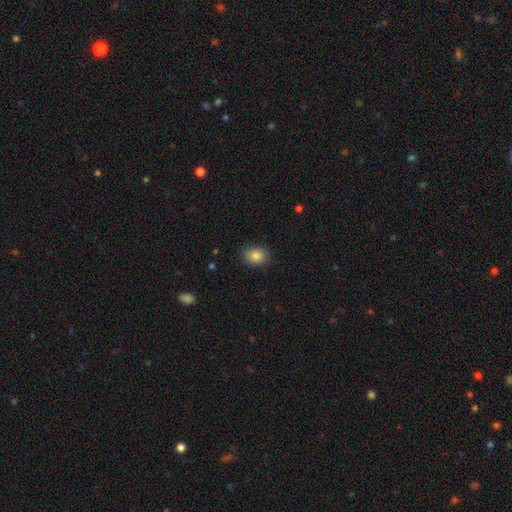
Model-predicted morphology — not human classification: Overall: smooth (84%). How rounded: in between (53%; round 46%). Merging: none (83%).